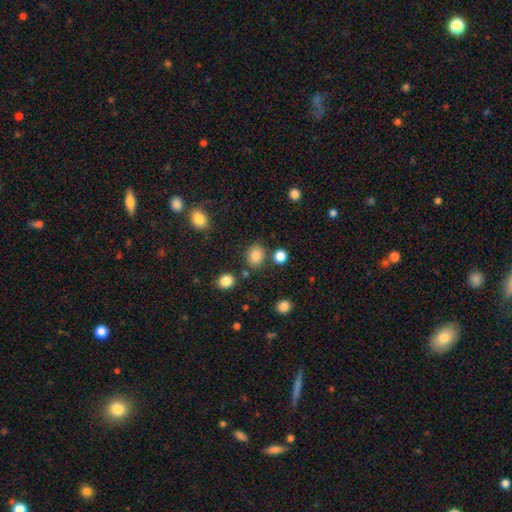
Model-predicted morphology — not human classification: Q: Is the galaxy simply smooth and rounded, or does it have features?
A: smooth — 84%.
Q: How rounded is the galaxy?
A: round — 53%.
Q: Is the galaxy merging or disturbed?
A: none — 78%.